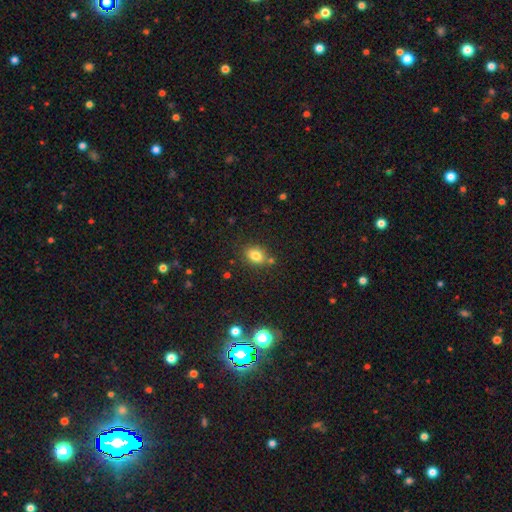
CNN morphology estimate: Smooth or featured? Predicted: smooth (p=0.80). How rounded? Predicted: in between (p=0.67). Merging? Predicted: none (p=0.75).